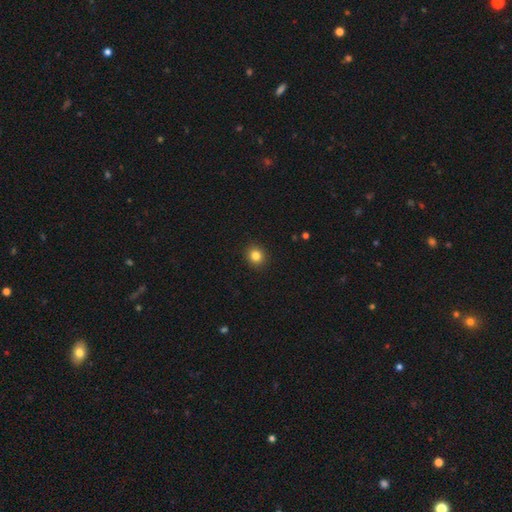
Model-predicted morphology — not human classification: Smooth or featured? smooth (83%)
How rounded? round (86%)
Merging? none (92%)